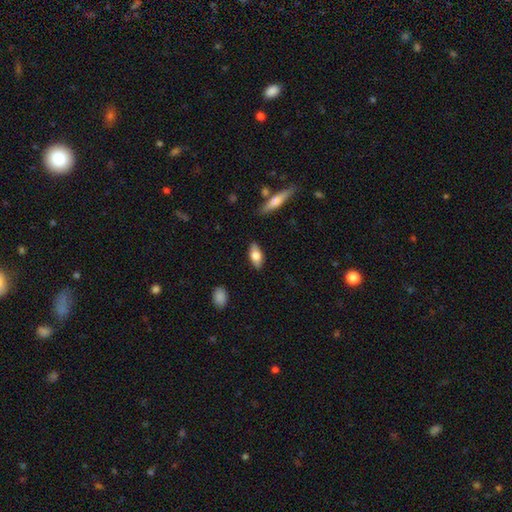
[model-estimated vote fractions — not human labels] smooth 67%, featured or disk 26%, star or artifact 6%. Down the decision tree: how rounded — in between (81%); merging — none (87%).